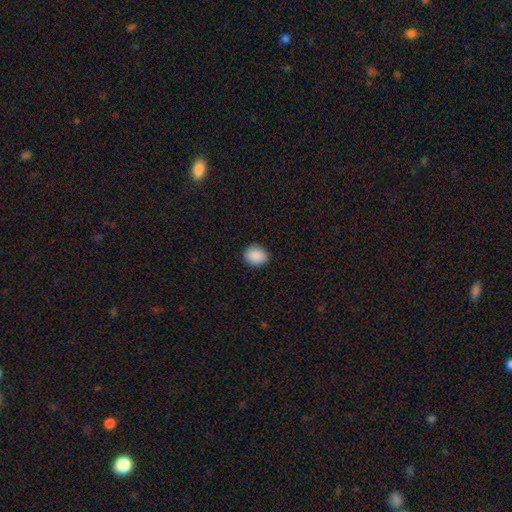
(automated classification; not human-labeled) Smooth or featured? Predicted: smooth (p=0.90). How rounded? Predicted: round (p=0.63). Merging? Predicted: none (p=0.89).